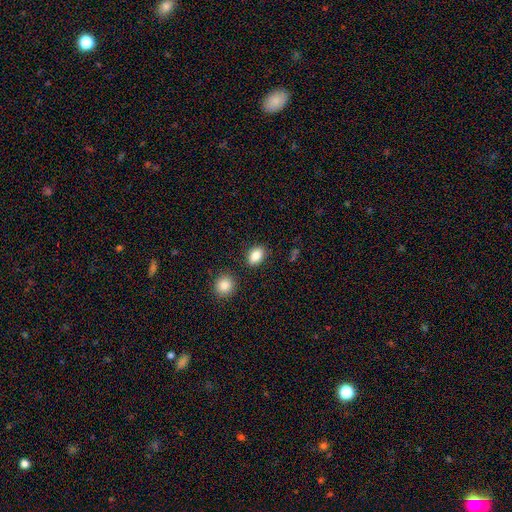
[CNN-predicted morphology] A smooth galaxy with no disk features (86%) that is in between round and cigar-shaped (79%). Merging: none (84%).